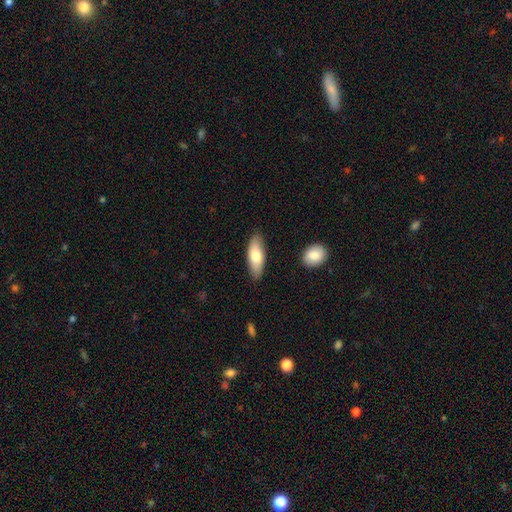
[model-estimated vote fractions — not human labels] Overall: smooth (74%). How rounded: in between (71%). Merging: none (85%).